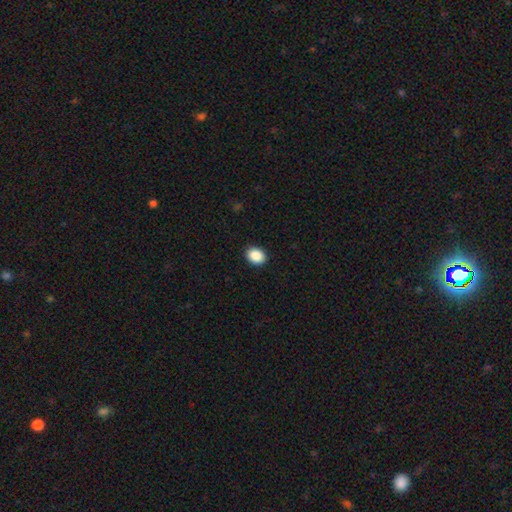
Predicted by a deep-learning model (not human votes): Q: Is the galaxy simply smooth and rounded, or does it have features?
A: smooth — 89%.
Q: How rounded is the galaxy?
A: in between — 56%.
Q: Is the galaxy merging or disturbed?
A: none — 91%.